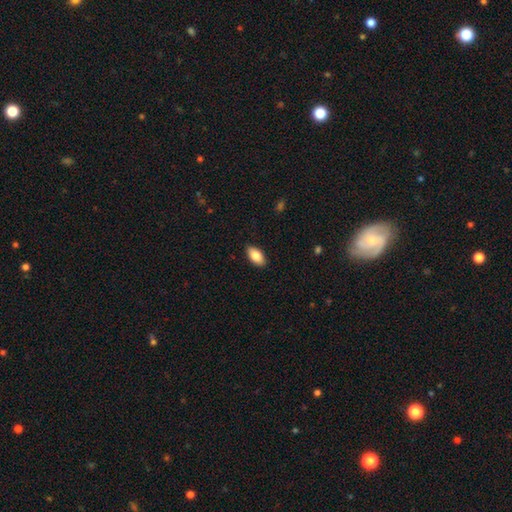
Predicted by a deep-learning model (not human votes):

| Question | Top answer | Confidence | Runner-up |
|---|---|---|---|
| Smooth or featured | smooth | 85% | featured or disk (8%) |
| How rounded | in between | 93% | cigar-shaped (4%) |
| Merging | none | 89% | minor disturbance (8%) |